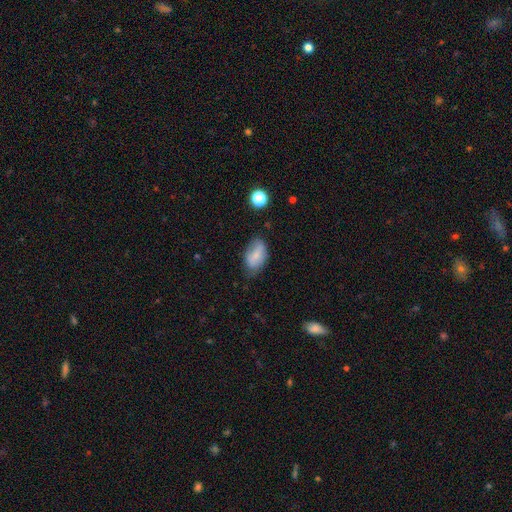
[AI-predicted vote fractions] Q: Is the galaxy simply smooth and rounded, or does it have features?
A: smooth — 71%.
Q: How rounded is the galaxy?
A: in between — 91%.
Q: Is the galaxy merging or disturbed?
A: none — 57%.